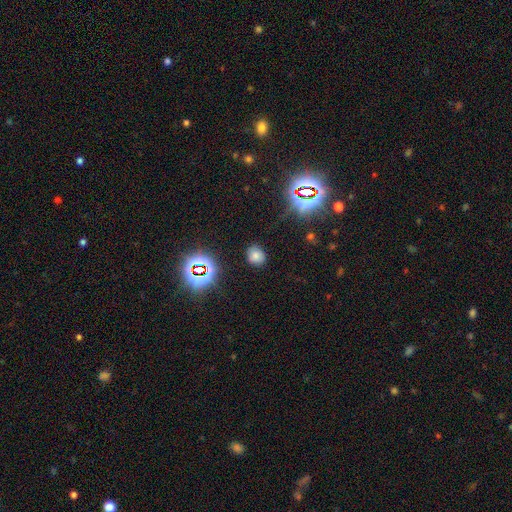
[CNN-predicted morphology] type=smooth (70%); roundness=round (61%); merging=none (84%).